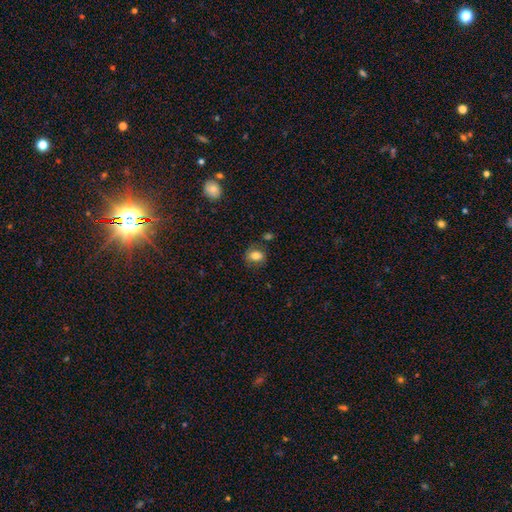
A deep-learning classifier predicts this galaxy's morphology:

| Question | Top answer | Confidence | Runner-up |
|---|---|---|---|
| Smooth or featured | smooth | 76% | featured or disk (14%) |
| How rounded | in between | 55% | round (43%) |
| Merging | none | 72% | minor disturbance (17%) |